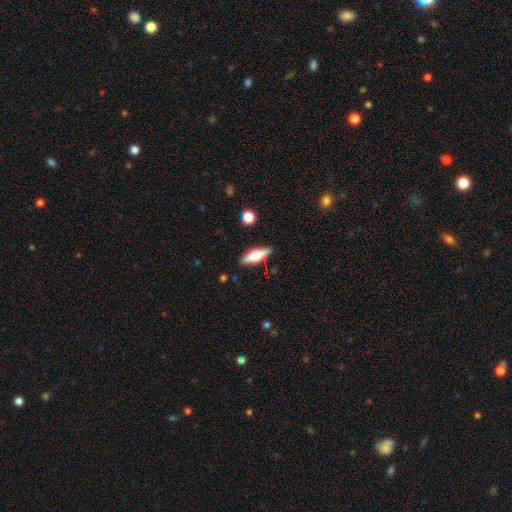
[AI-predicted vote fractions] Smooth or featured: smooth — 60% (featured or disk — 33%)
How rounded: in between — 55% (cigar-shaped — 42%)
Merging: none — 85% (minor disturbance — 11%)